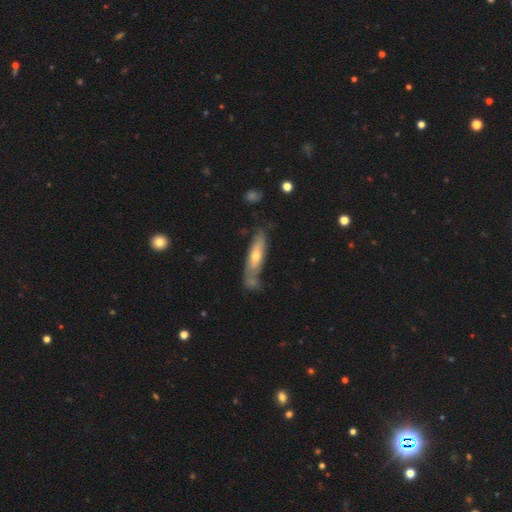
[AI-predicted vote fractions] A featured or disk galaxy (51%) viewed edge-on (60%). Merging: none (61%).